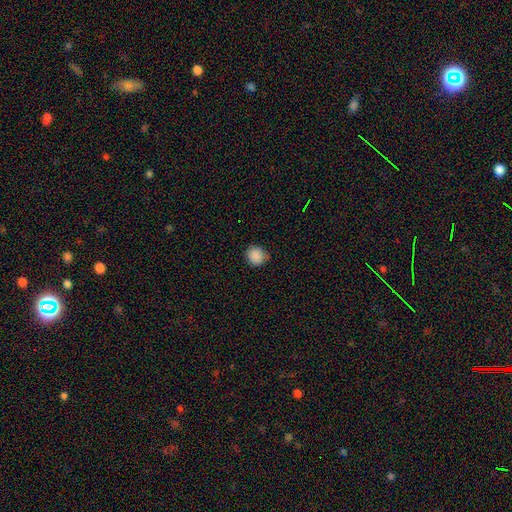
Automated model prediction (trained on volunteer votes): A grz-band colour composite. It shows a smooth galaxy with no disk features (89%) that is round (86%). Merging: none (81%).